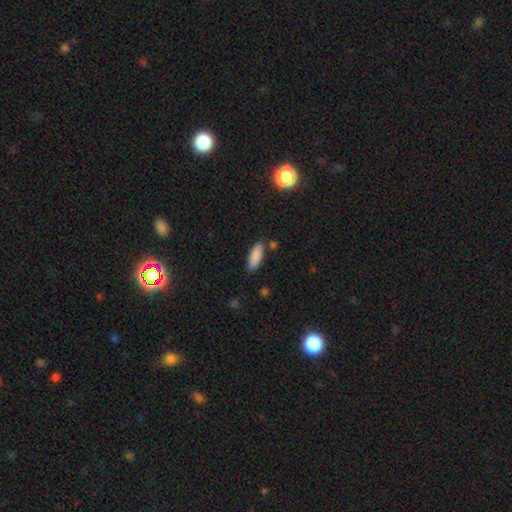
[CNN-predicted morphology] This is clearly a smooth galaxy (87%). How rounded: likely in between (61%). Merging: clearly none (81%).